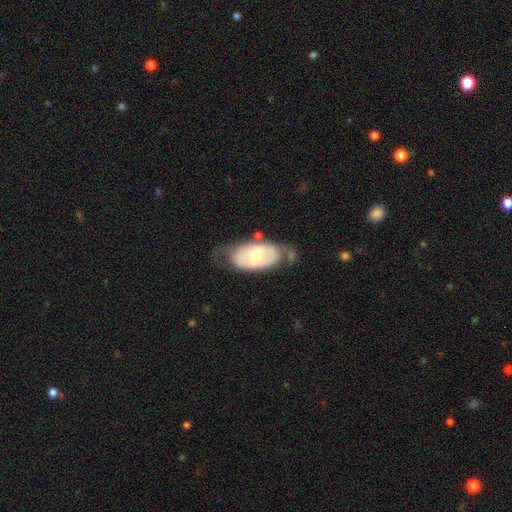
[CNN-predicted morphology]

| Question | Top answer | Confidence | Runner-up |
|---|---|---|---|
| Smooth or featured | smooth | 48% | featured or disk (46%) |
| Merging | none | 43% | minor disturbance (30%) |